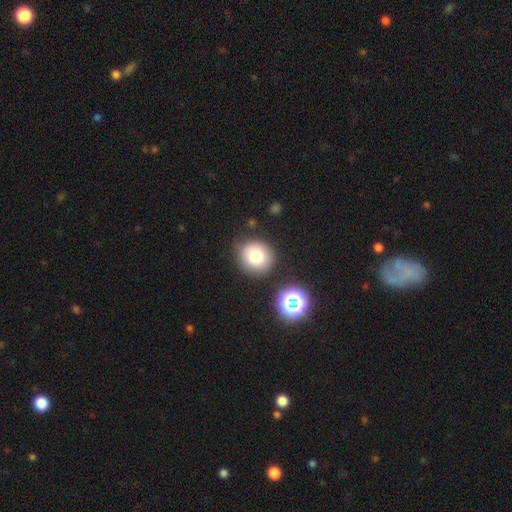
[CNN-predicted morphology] Smooth or featured: smooth — 78% (star or artifact — 12%)
How rounded: round — 85% (in between — 14%)
Merging: none — 82% (minor disturbance — 10%)